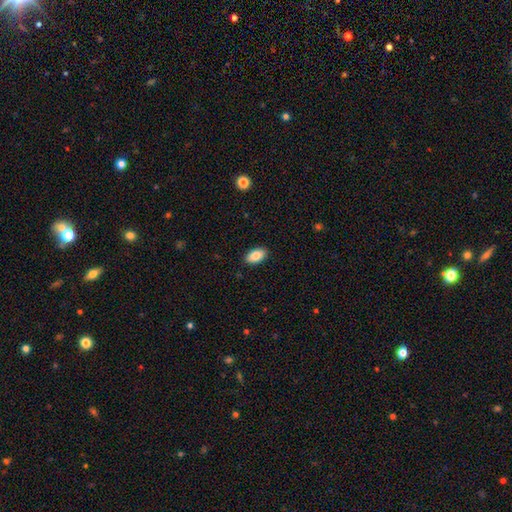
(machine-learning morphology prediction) This is clearly a smooth galaxy (85%). How rounded: clearly in between (94%). Merging: clearly none (89%).